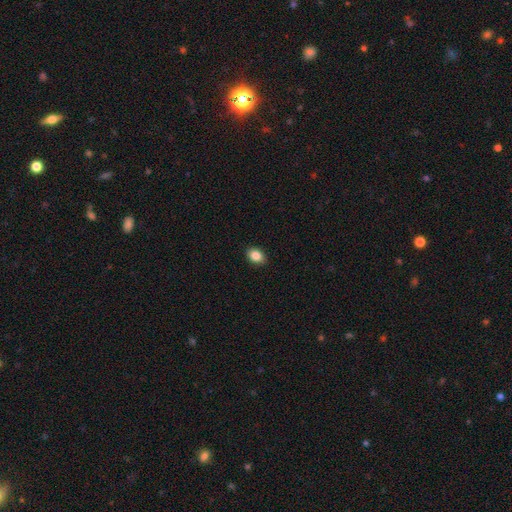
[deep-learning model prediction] This is clearly a smooth galaxy (86%). How rounded: likely in between (75%). Merging: clearly none (89%).